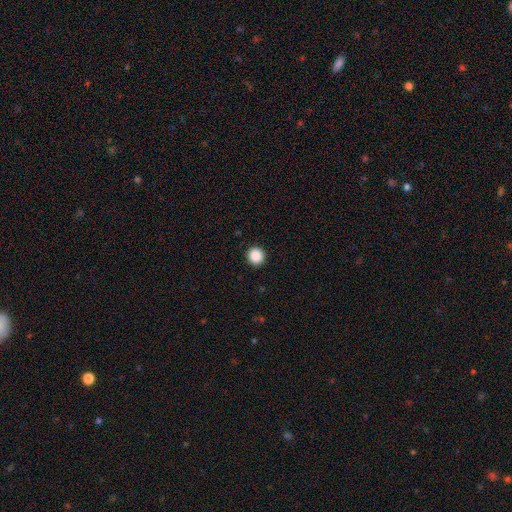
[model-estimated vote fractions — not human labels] Smooth or featured? Predicted: smooth (p=0.89). How rounded? Predicted: round (p=0.94). Merging? Predicted: none (p=0.93).